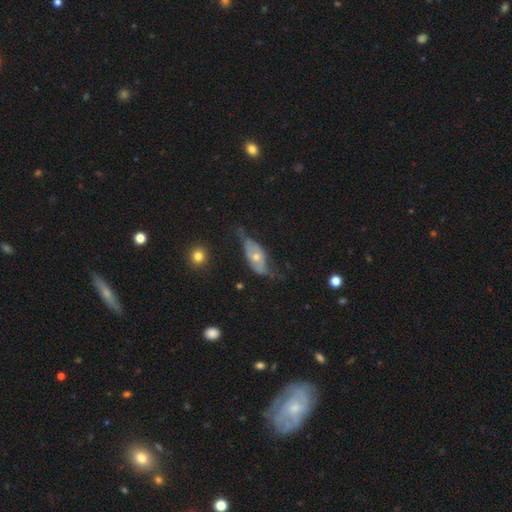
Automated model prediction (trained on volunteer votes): featured or disk 62%, smooth 30%, star or artifact 8%. Down the decision tree: edge-on disk — no (67%); merging — none (39%).